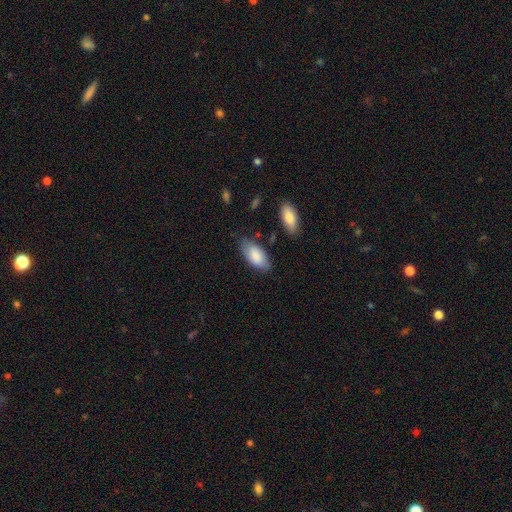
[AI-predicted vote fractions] Smooth or featured?
  - smooth: 84% *
  - featured or disk: 10%
  - star or artifact: 6%
How rounded?
  - in between: 92% *
  - cigar-shaped: 6%
  - round: 2%
Merging?
  - none: 74% *
  - minor disturbance: 19%
  - major disturbance: 4%
  - merger: 3%